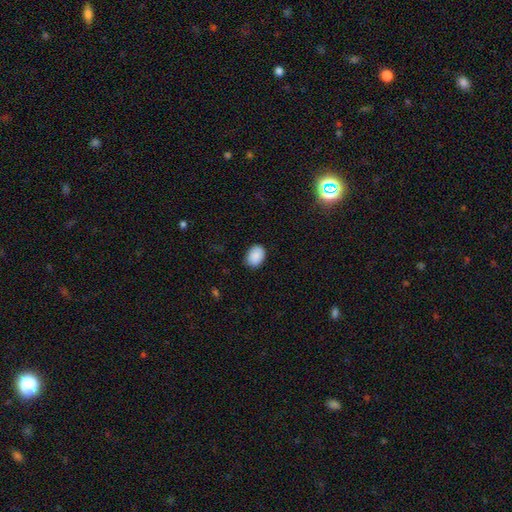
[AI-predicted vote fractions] A smooth galaxy with no disk features (89%) that is in between round and cigar-shaped (72%).

Vote fractions:
- Smooth or featured? smooth: 89% / star or artifact: 7% / featured or disk: 3%
- How rounded? in between: 72% / round: 28% / cigar-shaped: 1%
- Merging? none: 83% / minor disturbance: 13% / major disturbance: 2% / merger: 1%